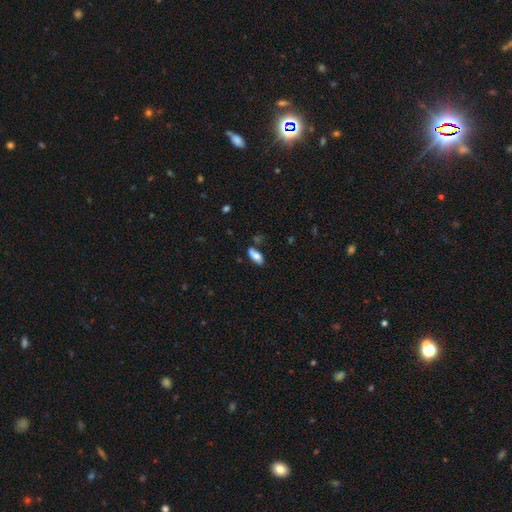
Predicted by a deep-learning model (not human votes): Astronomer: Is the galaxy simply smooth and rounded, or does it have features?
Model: smooth — 76%.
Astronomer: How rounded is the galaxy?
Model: in between — 83%.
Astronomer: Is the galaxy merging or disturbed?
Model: none — 65%.